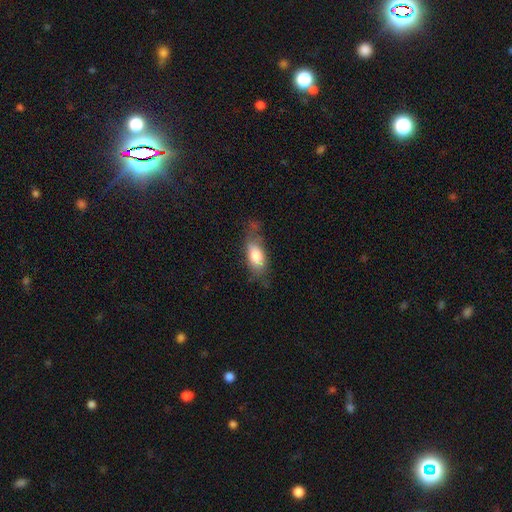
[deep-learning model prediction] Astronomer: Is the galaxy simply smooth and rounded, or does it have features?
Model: smooth — 75%.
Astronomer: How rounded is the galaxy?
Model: in between — 83%.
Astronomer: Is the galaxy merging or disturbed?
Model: none — 49% (runner-up: minor disturbance, 31%).